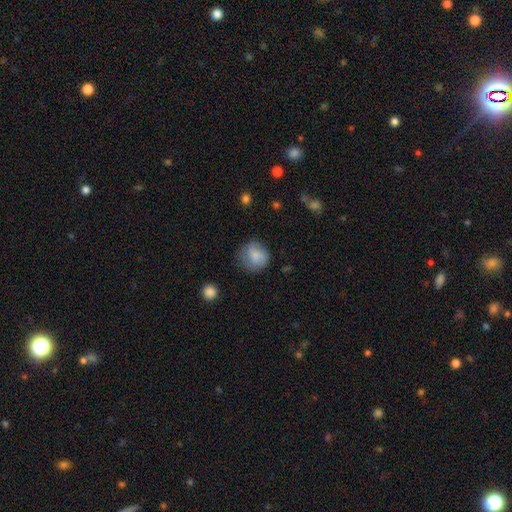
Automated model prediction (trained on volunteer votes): Smooth or featured? Predicted: smooth (p=0.74). How rounded? Predicted: round (p=0.82). Merging? Predicted: none (p=0.62).